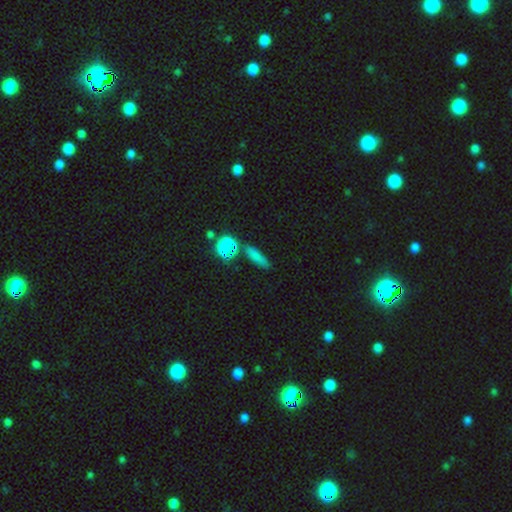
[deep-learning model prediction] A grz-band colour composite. It shows a smooth galaxy with no disk features (70%) that is cigar-shaped (58%). Merging: none (79%).